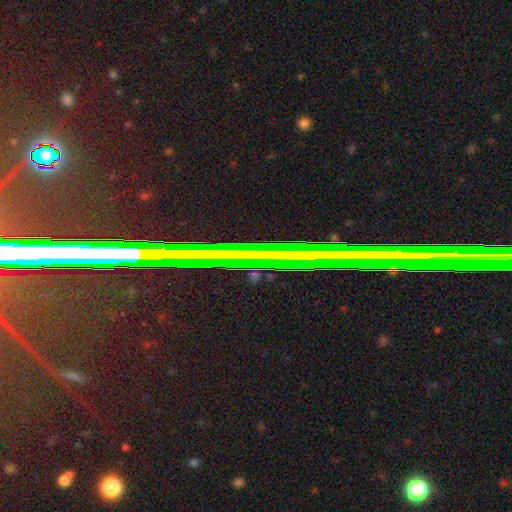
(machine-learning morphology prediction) This appears to be a star or artifact, not a galaxy (77%).